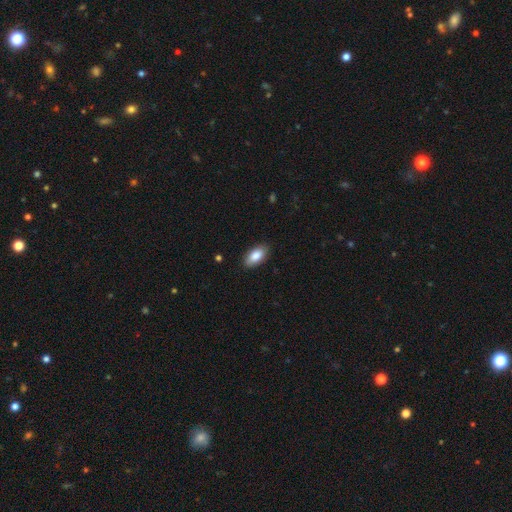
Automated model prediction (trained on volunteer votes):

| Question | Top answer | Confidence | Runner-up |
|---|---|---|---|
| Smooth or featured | smooth | 85% | featured or disk (8%) |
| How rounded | in between | 93% | cigar-shaped (4%) |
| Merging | none | 88% | minor disturbance (10%) |